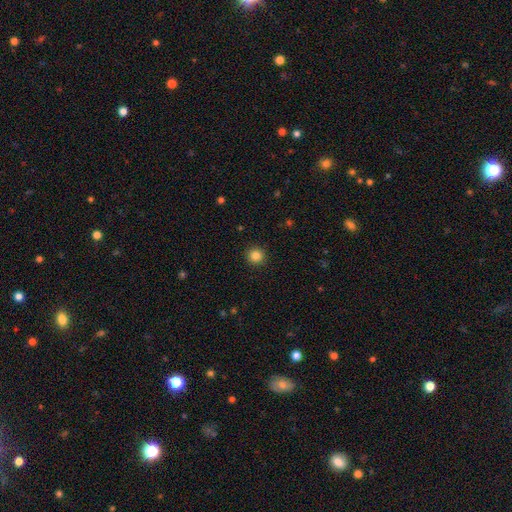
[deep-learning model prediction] smooth-or-featured: smooth: 84% | star or artifact: 11% | featured or disk: 5%
  how-rounded: round: 95% | in between: 4% | cigar-shaped: 1%
  merging: none: 92% | minor disturbance: 5% | major disturbance: 2% | merger: 1%